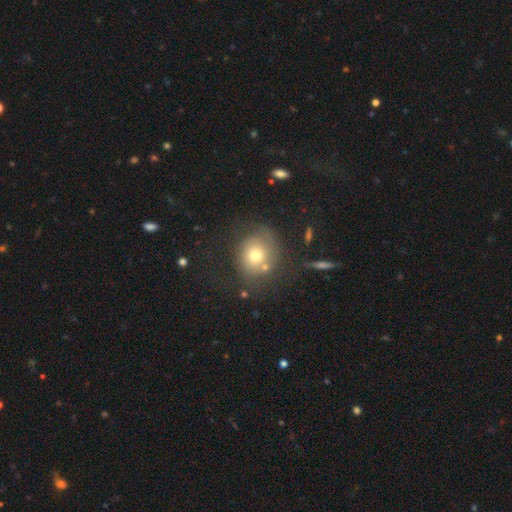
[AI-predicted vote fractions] Smooth or featured? smooth (68%)
How rounded? round (78%)
Merging? none (62%)